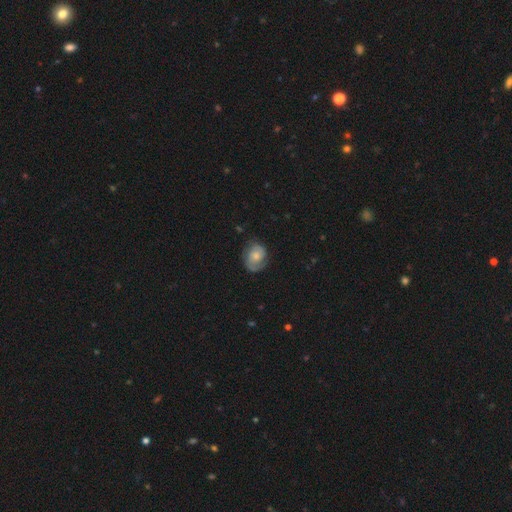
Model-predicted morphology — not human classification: Q: Smooth or featured?
A: featured or disk (64%); runner-up: smooth (29%)
Q: Edge-on disk?
A: no (97%); runner-up: yes (3%)
Q: Bar?
A: no (69%); runner-up: weak (27%)
Q: Spiral arms?
A: yes (90%); runner-up: no (10%)
Q: Spiral winding?
A: tight (45%); runner-up: medium (39%)
Q: Spiral arm count?
A: 2 (70%); runner-up: 1 (13%)
Q: Bulge size?
A: moderate (47%); runner-up: small (35%)
Q: Merging?
A: none (69%); runner-up: minor disturbance (21%)